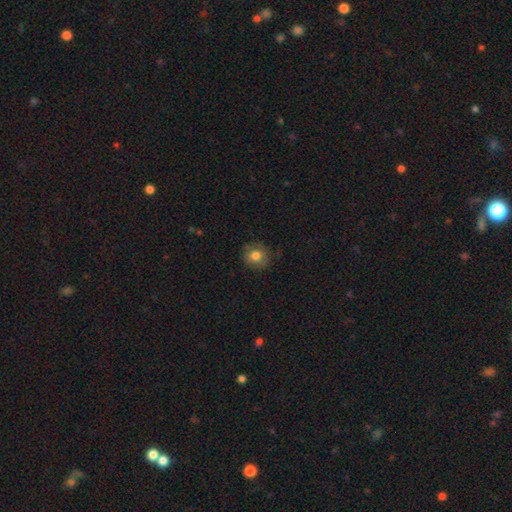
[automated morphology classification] A smooth galaxy with no disk features (77%) that is round (85%).

Vote fractions:
- Smooth or featured? smooth: 77% / featured or disk: 12% / star or artifact: 10%
- How rounded? round: 85% / in between: 14% / cigar-shaped: 1%
- Merging? none: 80% / minor disturbance: 14% / major disturbance: 4% / merger: 1%